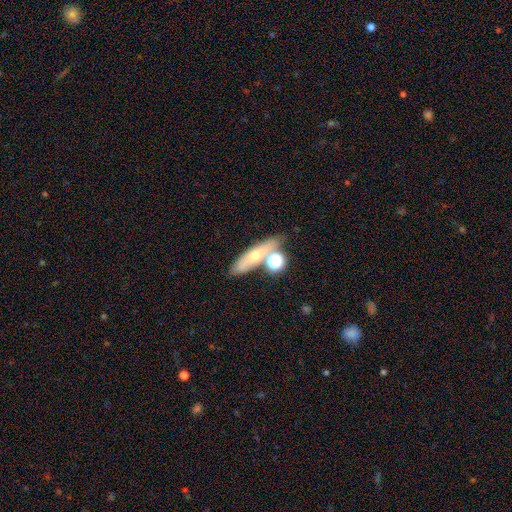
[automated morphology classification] The model was most divided on "smooth or featured": smooth: 49%, featured or disk: 38%, star or artifact: 12%. More confident: merging — none (61%).